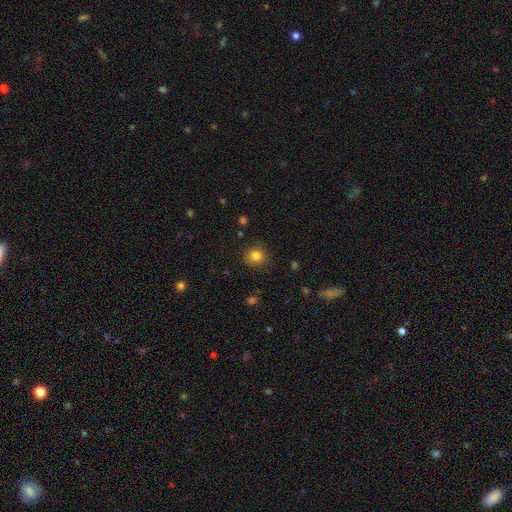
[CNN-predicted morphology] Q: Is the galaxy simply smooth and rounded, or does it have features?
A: smooth — 83%.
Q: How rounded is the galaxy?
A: round — 90%.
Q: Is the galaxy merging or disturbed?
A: none — 87%.